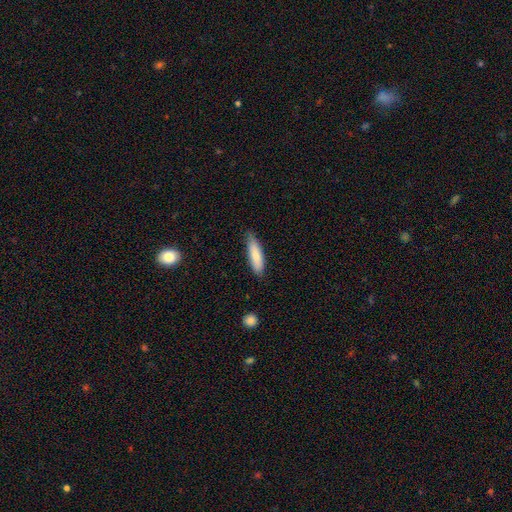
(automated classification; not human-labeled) This is clearly a smooth galaxy (82%). How rounded: likely cigar-shaped (62%). Merging: likely none (78%).